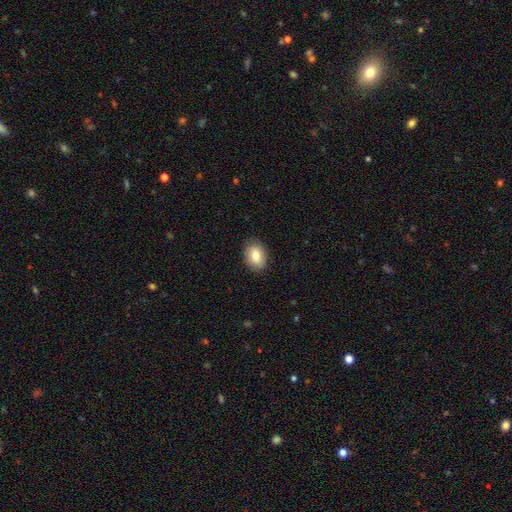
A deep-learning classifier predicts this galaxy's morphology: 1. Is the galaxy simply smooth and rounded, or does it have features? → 79% smooth, 14% featured or disk, 8% star or artifact.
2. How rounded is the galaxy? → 81% in between, 18% round, 1% cigar-shaped.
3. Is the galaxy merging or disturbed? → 86% none, 10% minor disturbance, 2% major disturbance, 1% merger.